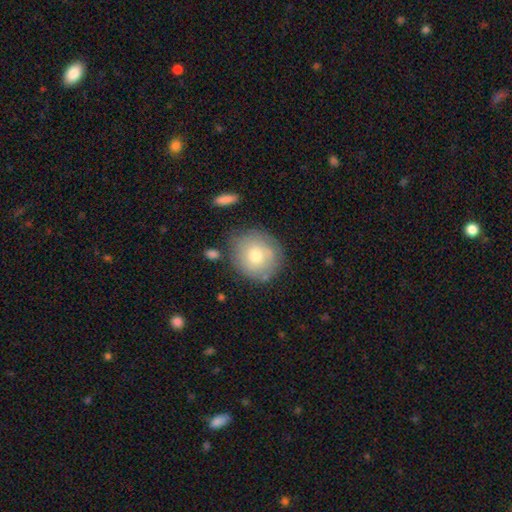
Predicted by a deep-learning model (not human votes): Smooth or featured? smooth (65%)
How rounded? round (87%)
Merging? none (75%)